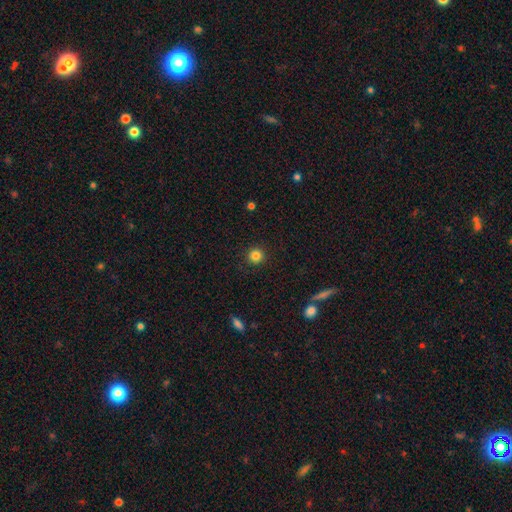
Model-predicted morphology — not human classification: Overall: smooth (83%). How rounded: round (95%). Merging: none (92%).